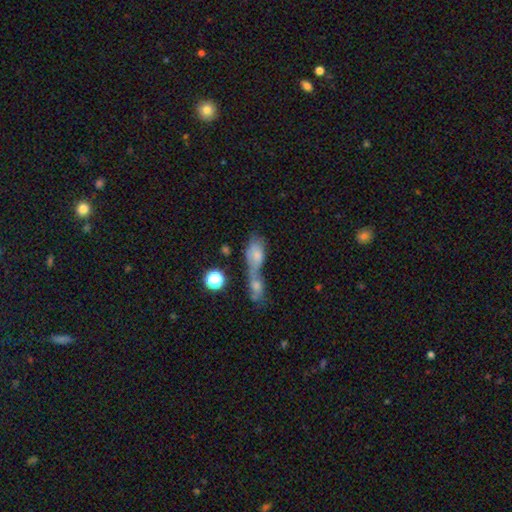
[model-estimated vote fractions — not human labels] Morphology: type=smooth (63%); roundness=in between (77%); merging=merger (67%).